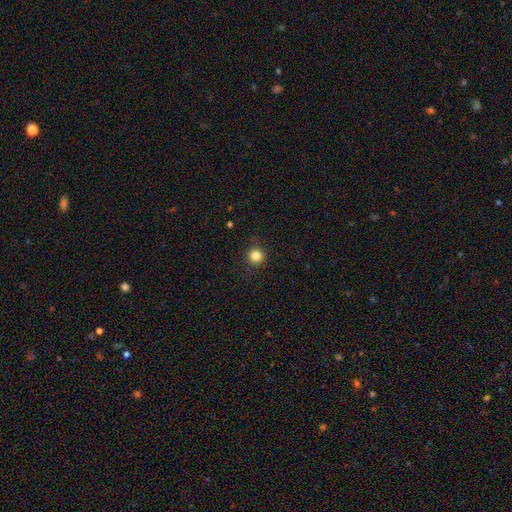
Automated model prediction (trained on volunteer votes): Smooth or featured?
  - smooth: 83% *
  - star or artifact: 12%
  - featured or disk: 5%
How rounded?
  - round: 94% *
  - in between: 5%
  - cigar-shaped: 1%
Merging?
  - none: 91% *
  - minor disturbance: 6%
  - major disturbance: 2%
  - merger: 1%